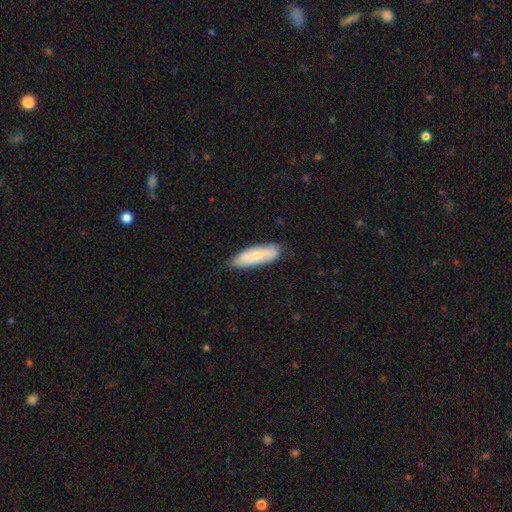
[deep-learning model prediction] Smooth or featured? smooth (66%)
How rounded? cigar-shaped (52%)
Merging? none (78%)